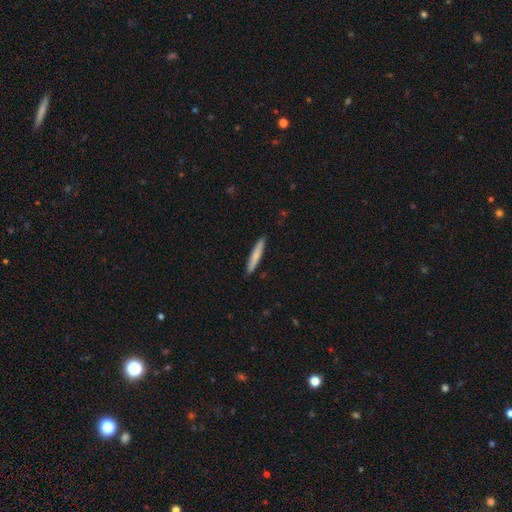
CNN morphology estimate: Smooth or featured? smooth (75%)
How rounded? cigar-shaped (94%)
Merging? none (91%)